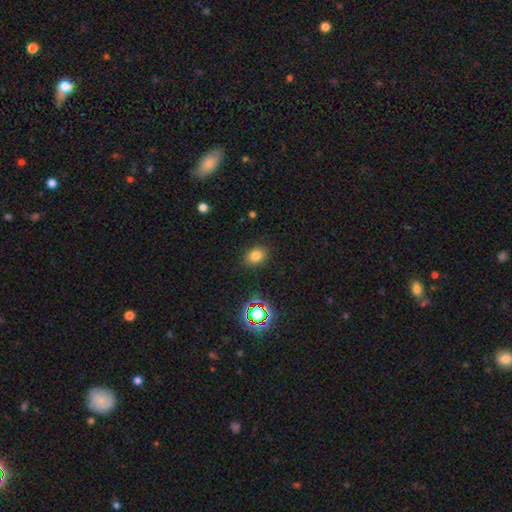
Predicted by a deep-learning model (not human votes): Smooth or featured? Predicted: smooth (p=0.76). How rounded? Predicted: in between (p=0.60). Merging? Predicted: none (p=0.85).